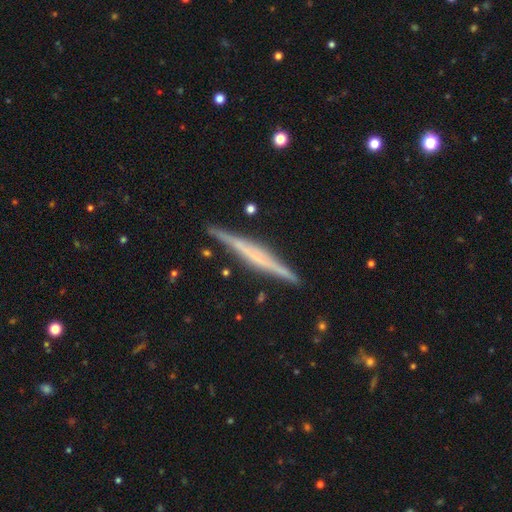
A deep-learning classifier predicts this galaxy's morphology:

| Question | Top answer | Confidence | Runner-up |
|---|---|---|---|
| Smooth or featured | featured or disk | 71% | smooth (24%) |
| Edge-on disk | yes | 98% | no (2%) |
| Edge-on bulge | none | 49% | boxy (26%) |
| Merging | none | 88% | minor disturbance (9%) |